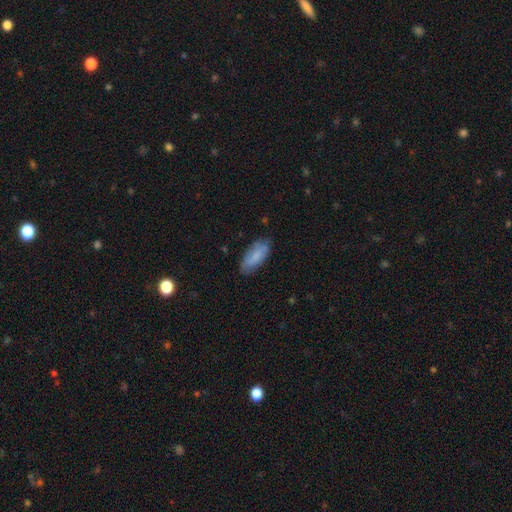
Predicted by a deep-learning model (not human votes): Smooth or featured? smooth (78%)
How rounded? in between (81%)
Merging? none (78%)